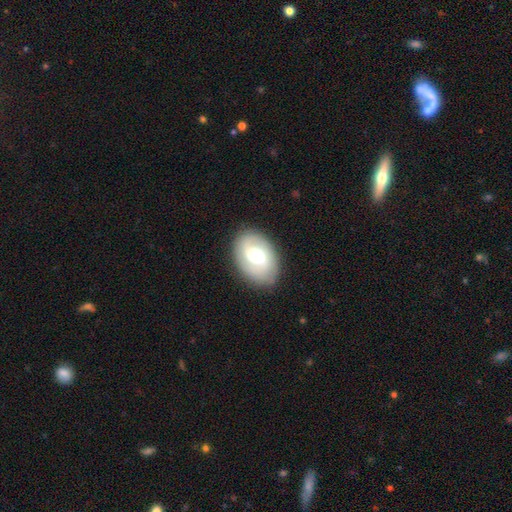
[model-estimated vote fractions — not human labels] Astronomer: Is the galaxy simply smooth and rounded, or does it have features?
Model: featured or disk — 52% (runner-up: smooth, 42%).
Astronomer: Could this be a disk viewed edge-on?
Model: no — 95%.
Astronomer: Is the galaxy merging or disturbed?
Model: none — 82%.